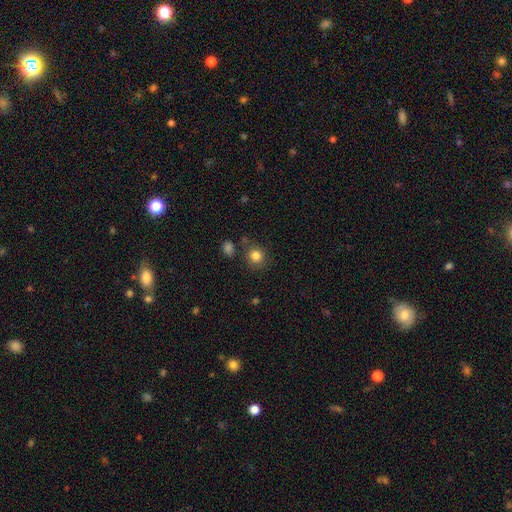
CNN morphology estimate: The model was most divided on "merging": none: 79%, minor disturbance: 10%, merger: 6%, major disturbance: 4%. More confident: how rounded — round (88%); smooth or featured — smooth (83%).